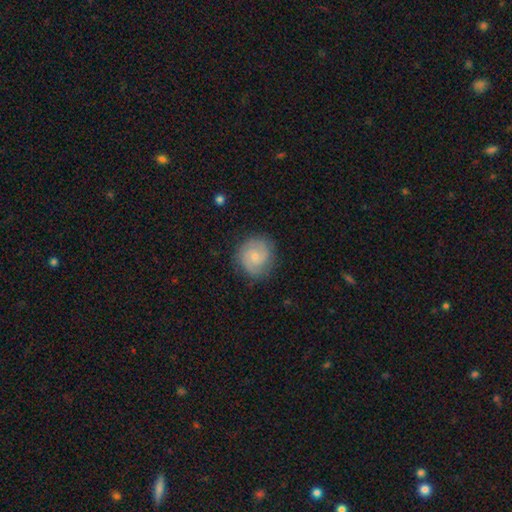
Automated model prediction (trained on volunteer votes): A featured or disk galaxy (71%) with no bar (65%), 2 (75%) tight (49%) spiral arms (95%) and a small central bulge (68%).

Vote fractions:
- Smooth or featured? featured or disk: 71% / smooth: 23% / star or artifact: 6%
- Edge-on disk? no: 98% / yes: 2%
- Bar? no: 65% / weak: 31% / strong: 4%
- Spiral arms? yes: 95% / no: 5%
- Spiral winding? tight: 49% / medium: 41% / loose: 10%
- Spiral arm count? 2: 75% / can't tell: 10% / 3: 8% / 1: 3% / 4: 2% / more than 4: 2%
- Bulge size? small: 68% / moderate: 27% / none: 4% / large: 1% / dominant: 1%
- Merging? none: 82% / minor disturbance: 13% / major disturbance: 4% / merger: 1%